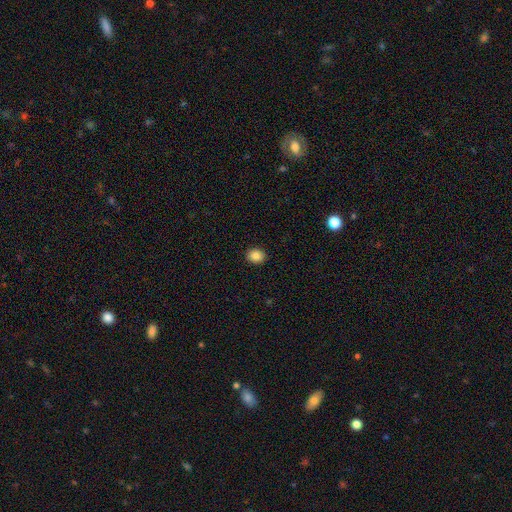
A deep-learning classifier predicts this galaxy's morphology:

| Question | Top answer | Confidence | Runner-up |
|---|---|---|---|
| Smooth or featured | smooth | 87% | star or artifact (9%) |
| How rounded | round | 63% | in between (36%) |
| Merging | none | 91% | minor disturbance (6%) |